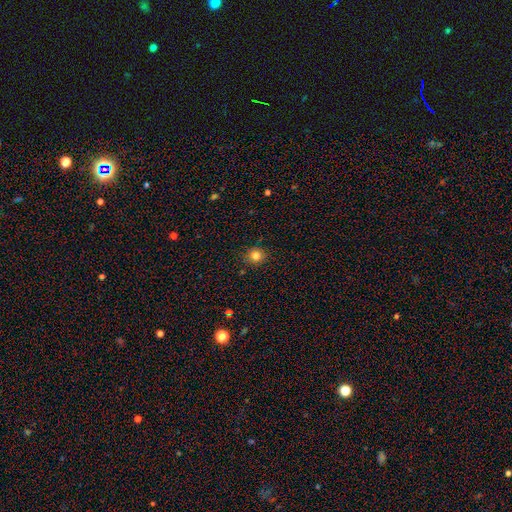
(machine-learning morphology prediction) Smooth or featured: smooth — 82% (star or artifact — 13%)
How rounded: round — 88% (in between — 12%)
Merging: none — 89% (minor disturbance — 8%)